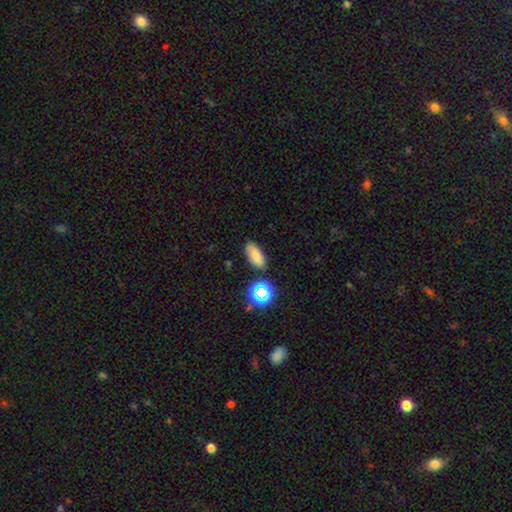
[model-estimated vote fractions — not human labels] Smooth or featured? Predicted: smooth (p=0.77). How rounded? Predicted: in between (p=0.81). Merging? Predicted: none (p=0.81).